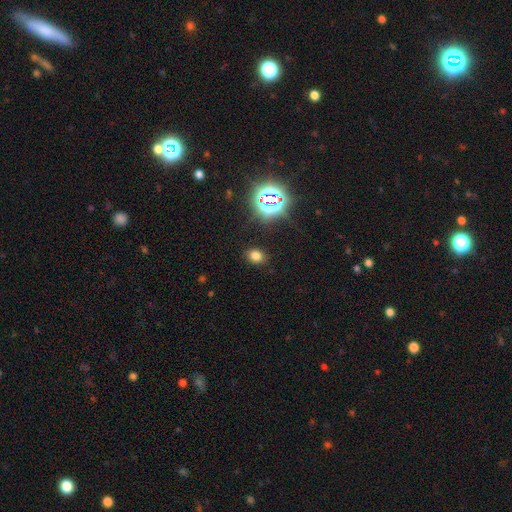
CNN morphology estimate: smooth_or_featured: smooth (p=0.70) [alt: star or artifact p=0.24]
how_rounded: in between (p=0.60) [alt: round p=0.39]
merging: none (p=0.87) [alt: minor disturbance p=0.08]